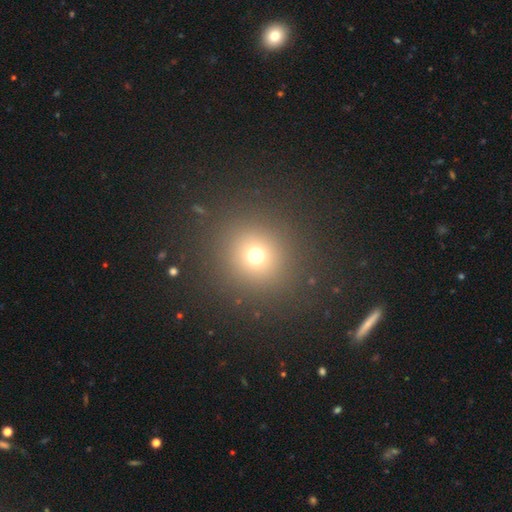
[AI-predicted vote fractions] smooth-or-featured: smooth: 69% | star or artifact: 23% | featured or disk: 9%
  how-rounded: round: 90% | in between: 9% | cigar-shaped: 1%
  merging: none: 87% | minor disturbance: 7% | major disturbance: 5% | merger: 2%